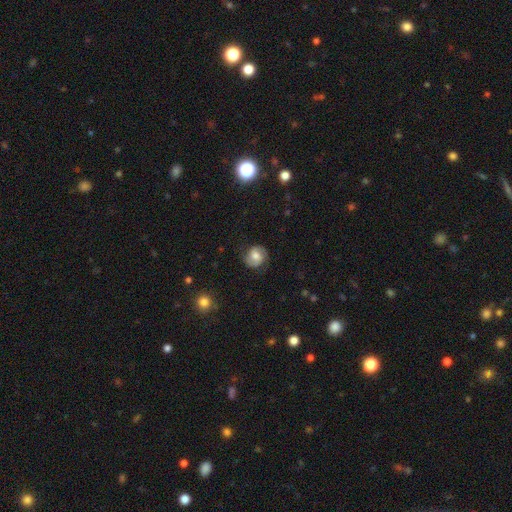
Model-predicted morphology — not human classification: The model was most divided on "spiral winding": medium: 47%, tight: 36%, loose: 17%. More confident: edge-on disk — no (98%); spiral arms — yes (91%); spiral arm count — 2 (88%); merging — none (79%); bulge size — moderate (62%); smooth or featured — featured or disk (59%); bar — no (53%).